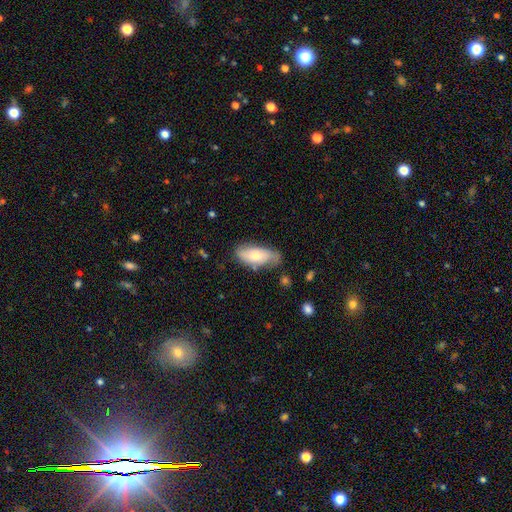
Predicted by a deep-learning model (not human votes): Smooth or featured?
  - smooth: 61% *
  - featured or disk: 33%
  - star or artifact: 7%
How rounded?
  - in between: 87% *
  - cigar-shaped: 11%
  - round: 3%
Merging?
  - none: 57% *
  - minor disturbance: 30%
  - major disturbance: 10%
  - merger: 4%